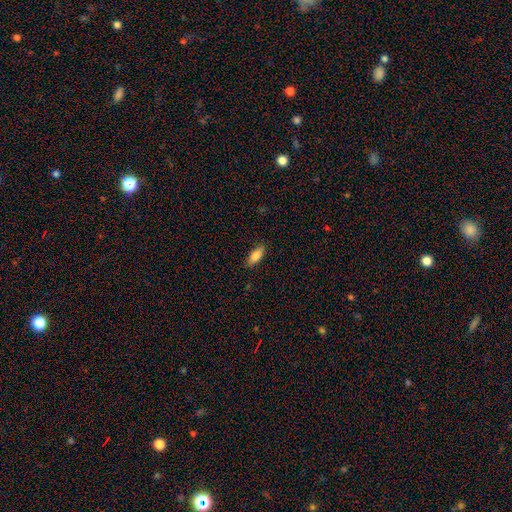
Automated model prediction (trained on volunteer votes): Morphology: type=smooth (82%); roundness=in between (77%); merging=none (86%).